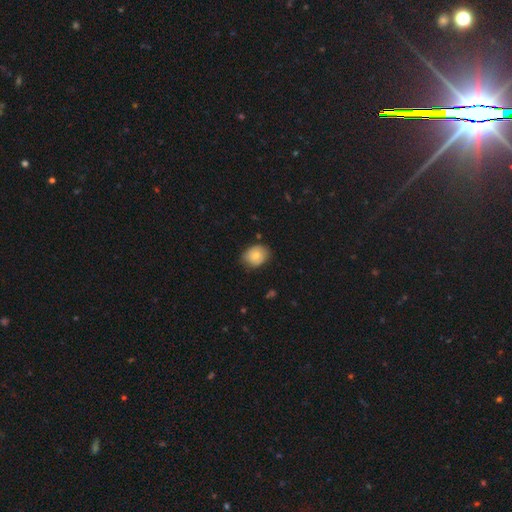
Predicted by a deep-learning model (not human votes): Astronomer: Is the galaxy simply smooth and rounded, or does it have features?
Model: smooth — 68%.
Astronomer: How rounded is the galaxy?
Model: in between — 51% (runner-up: round, 48%).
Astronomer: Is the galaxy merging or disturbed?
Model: none — 71%.